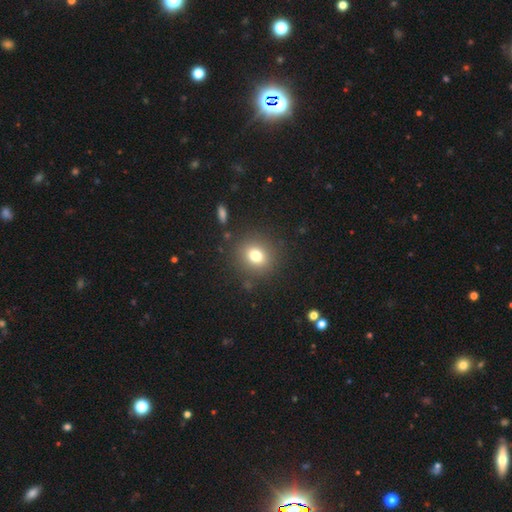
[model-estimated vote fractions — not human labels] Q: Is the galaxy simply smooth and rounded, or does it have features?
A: smooth — 77%.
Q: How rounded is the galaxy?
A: round — 75%.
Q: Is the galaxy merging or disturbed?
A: none — 86%.